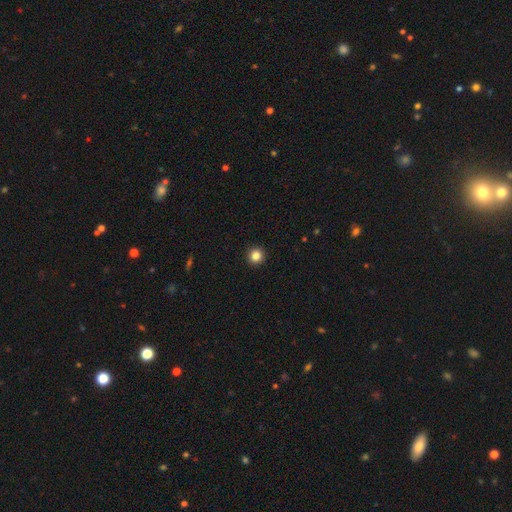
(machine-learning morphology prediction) Overall: smooth (84%). How rounded: round (96%). Merging: none (94%).